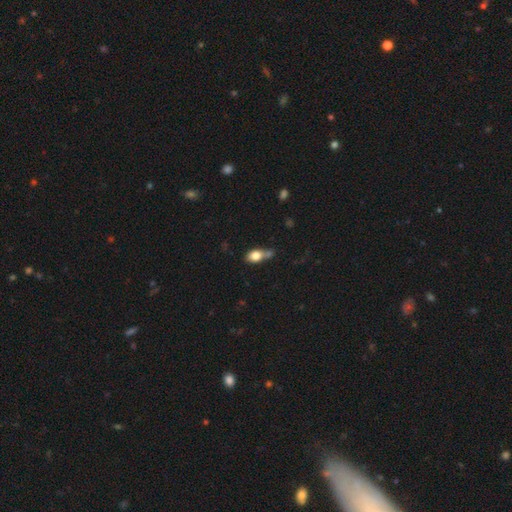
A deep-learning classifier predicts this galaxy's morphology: The model was most divided on "merging": none: 40%, minor disturbance: 29%, merger: 20%, major disturbance: 11%. More confident: smooth or featured — smooth (74%); how rounded — in between (73%).